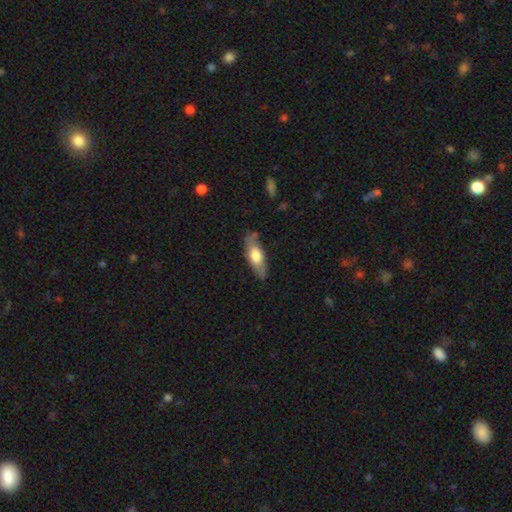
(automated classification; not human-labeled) Smooth or featured? Predicted: smooth (p=0.60). How rounded? Predicted: in between (p=0.63). Merging? Predicted: none (p=0.75).